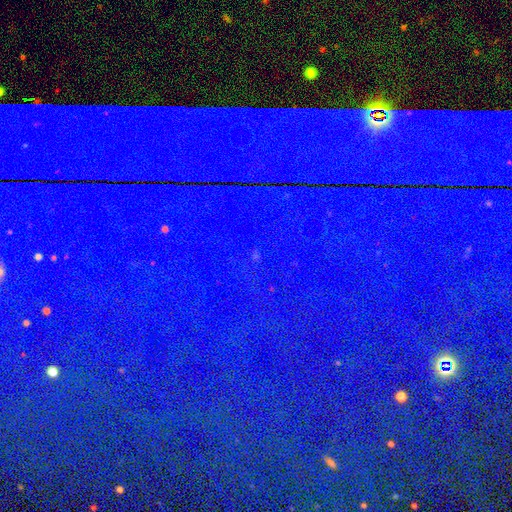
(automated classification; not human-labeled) Q: Smooth or featured?
A: star or artifact (85%); runner-up: smooth (8%)